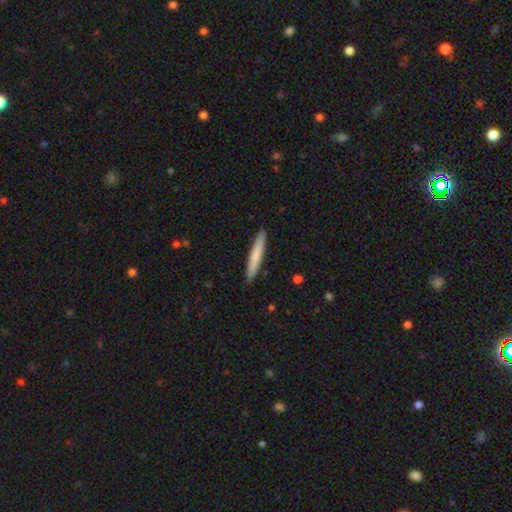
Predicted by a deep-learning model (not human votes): Smooth or featured?
  - smooth: 71% *
  - featured or disk: 24%
  - star or artifact: 5%
How rounded?
  - cigar-shaped: 96% *
  - in between: 3%
  - round: 1%
Merging?
  - none: 92% *
  - minor disturbance: 6%
  - major disturbance: 1%
  - merger: 1%